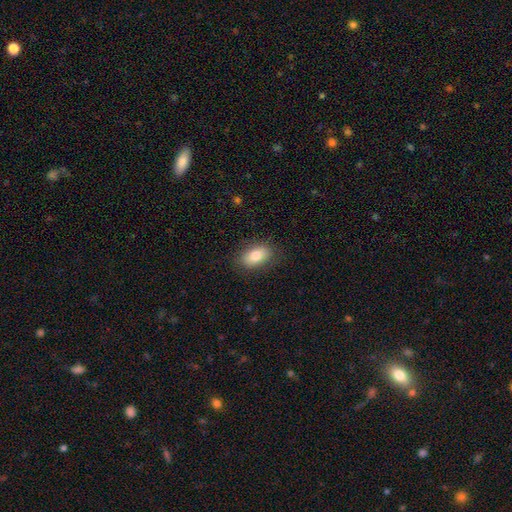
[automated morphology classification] The model was most divided on "smooth or featured": smooth: 81%, featured or disk: 11%, star or artifact: 8%. More confident: how rounded — in between (91%); merging — none (84%).